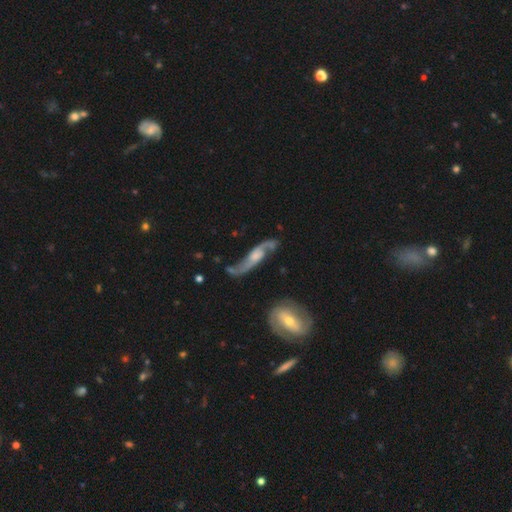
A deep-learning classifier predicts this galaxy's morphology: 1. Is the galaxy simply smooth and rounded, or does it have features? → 86% featured or disk, 9% smooth, 5% star or artifact.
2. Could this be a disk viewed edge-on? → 83% no, 17% yes.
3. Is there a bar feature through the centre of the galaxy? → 48% no, 39% weak, 13% strong.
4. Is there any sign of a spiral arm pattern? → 95% yes, 5% no.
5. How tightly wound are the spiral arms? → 70% loose, 24% medium, 6% tight.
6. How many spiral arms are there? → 91% 2, 3% can't tell, 3% 1, 1% 3, 1% 4, 1% more than 4.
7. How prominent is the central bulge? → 41% moderate, 32% small, 13% large, 13% none, 2% dominant.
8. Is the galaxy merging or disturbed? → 65% none, 19% minor disturbance, 11% major disturbance, 5% merger.